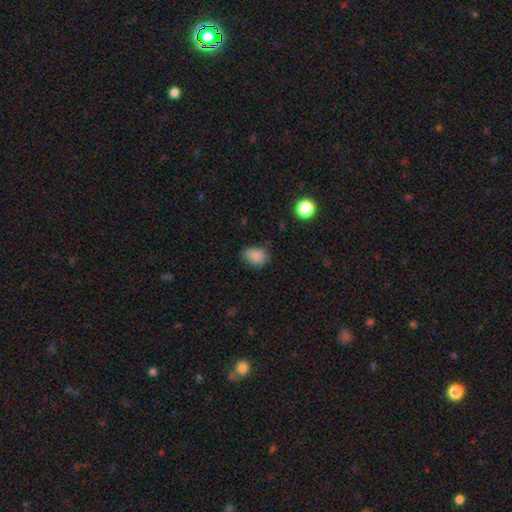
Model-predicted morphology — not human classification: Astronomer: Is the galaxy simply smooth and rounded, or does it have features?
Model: smooth — 85%.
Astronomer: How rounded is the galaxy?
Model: in between — 62%.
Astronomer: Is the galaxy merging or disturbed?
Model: none — 66%.